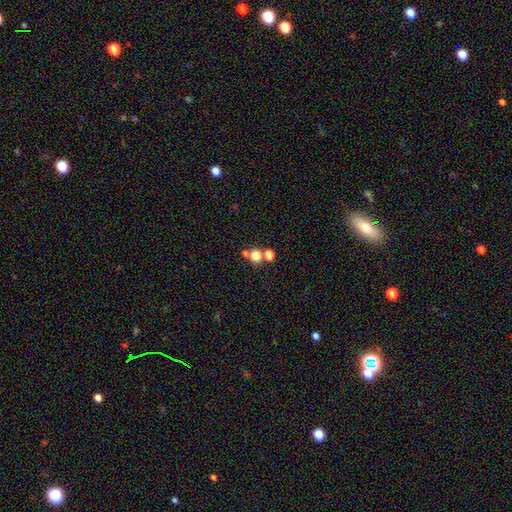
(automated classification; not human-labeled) A smooth galaxy with no disk features (75%) that is round (84%). Merging: none (57%).